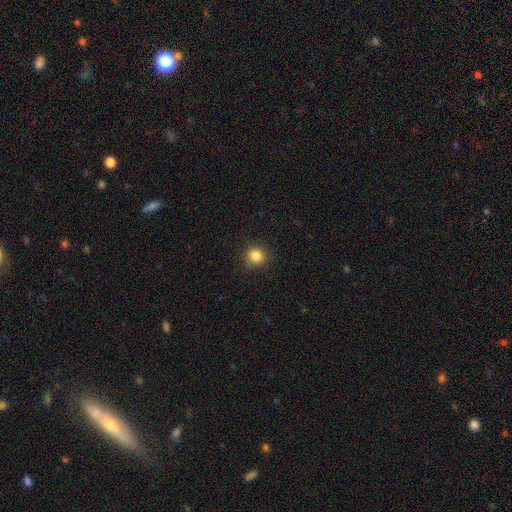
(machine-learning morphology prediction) Overall: smooth (85%). How rounded: round (90%). Merging: none (87%).